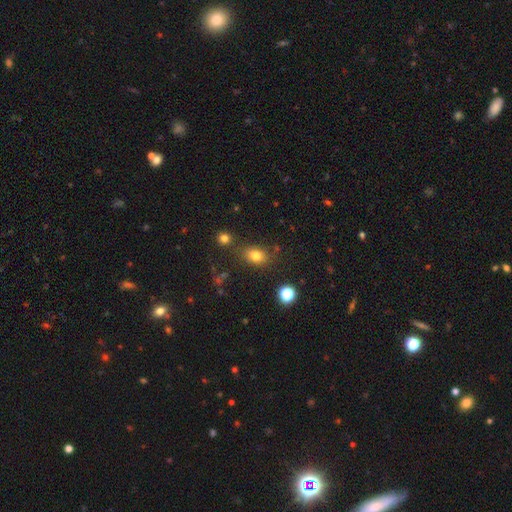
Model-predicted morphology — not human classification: smooth-or-featured: smooth: 77% | star or artifact: 14% | featured or disk: 9%
  how-rounded: in between: 70% | round: 28% | cigar-shaped: 2%
  merging: none: 76% | minor disturbance: 13% | merger: 6% | major disturbance: 4%